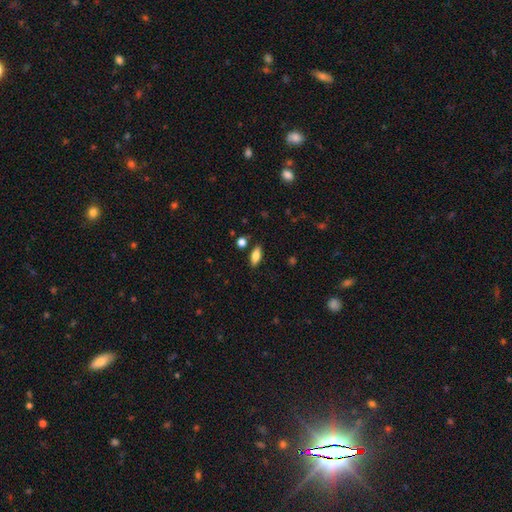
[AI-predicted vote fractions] Morphology: type=smooth (81%); roundness=in between (79%); merging=none (85%).